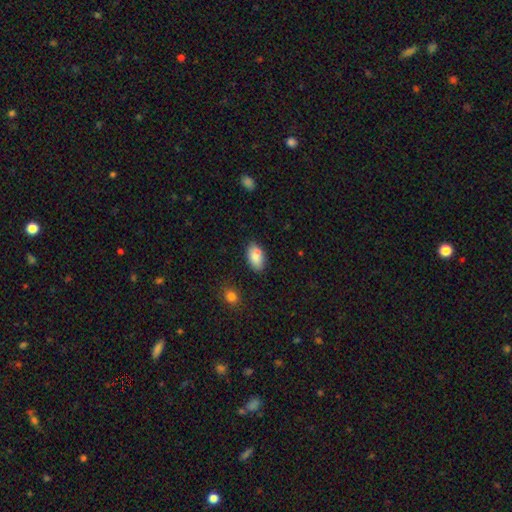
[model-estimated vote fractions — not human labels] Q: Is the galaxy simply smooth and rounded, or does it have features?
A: smooth — 86%.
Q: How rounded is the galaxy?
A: in between — 92%.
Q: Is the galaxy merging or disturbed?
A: none — 74%.